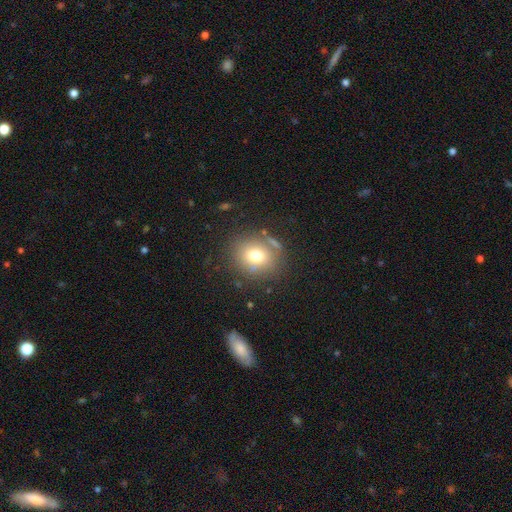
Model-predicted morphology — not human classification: type=smooth (72%); roundness=round (73%); merging=none (77%).